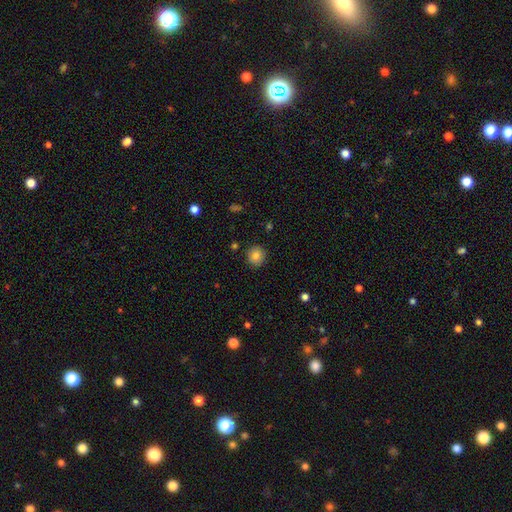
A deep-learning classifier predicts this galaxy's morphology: smooth 83%, star or artifact 10%, featured or disk 7%. Down the decision tree: how rounded — round (92%); merging — none (90%).